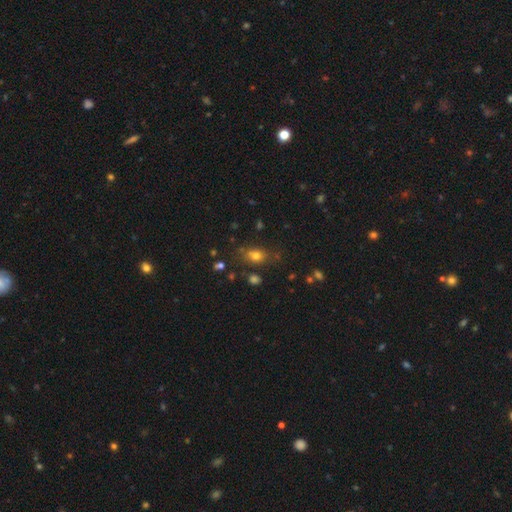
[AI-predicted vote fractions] A smooth galaxy with no disk features (76%) that is in between round and cigar-shaped (68%). Merging: none (72%).